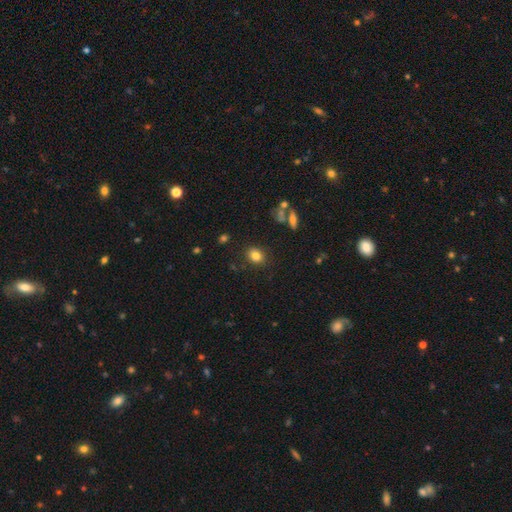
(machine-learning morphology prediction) smooth-or-featured: smooth: 81% | star or artifact: 11% | featured or disk: 8%
  how-rounded: in between: 50% | round: 49% | cigar-shaped: 1%
  merging: none: 84% | minor disturbance: 10% | major disturbance: 3% | merger: 2%